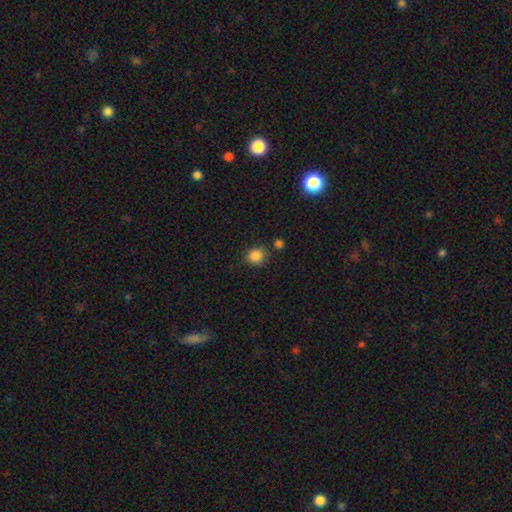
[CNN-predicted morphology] Overall: smooth (85%). How rounded: round (82%). Merging: none (77%).